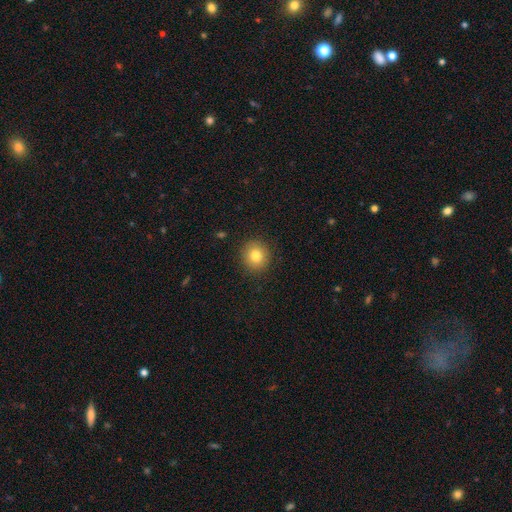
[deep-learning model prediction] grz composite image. It shows a smooth galaxy with no disk features (81%) that is round (89%). Merging: none (90%).